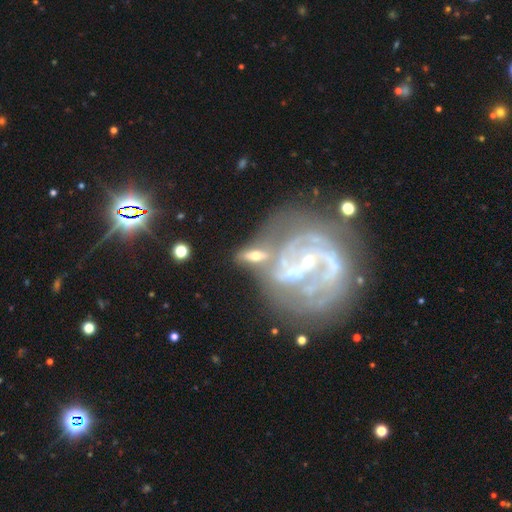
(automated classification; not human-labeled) This is likely a featured or disk galaxy (60%). It is likely not viewed edge-on (78%). Merging: marginally none (41%).